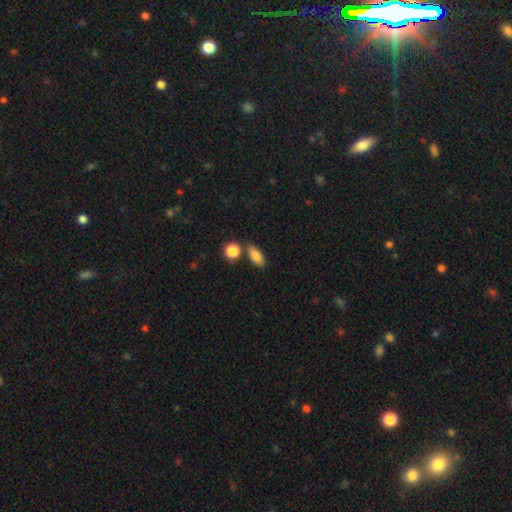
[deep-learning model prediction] Smooth or featured? smooth (83%)
How rounded? in between (79%)
Merging? none (71%)